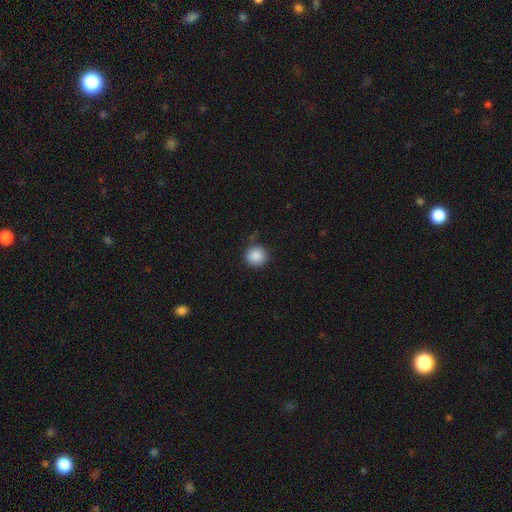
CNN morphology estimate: The model was most divided on "merging": none: 77%, minor disturbance: 16%, major disturbance: 5%, merger: 2%. More confident: how rounded — round (91%); smooth or featured — smooth (88%).